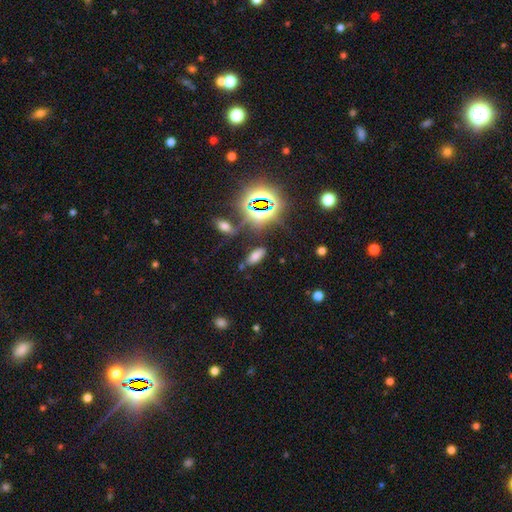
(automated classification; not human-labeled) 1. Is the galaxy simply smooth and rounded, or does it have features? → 62% smooth, 29% star or artifact, 10% featured or disk.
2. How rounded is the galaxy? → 82% in between, 14% cigar-shaped, 4% round.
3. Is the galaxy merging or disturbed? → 78% none, 12% minor disturbance, 6% merger, 4% major disturbance.